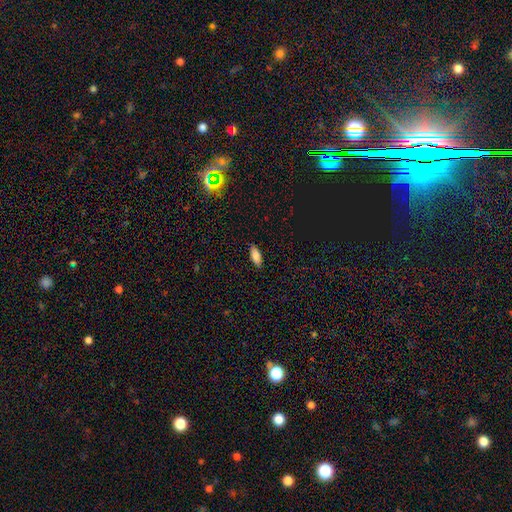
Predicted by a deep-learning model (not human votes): The model was most divided on "how rounded": in between: 79%, cigar-shaped: 18%, round: 2%. More confident: merging — none (87%); smooth or featured — smooth (81%).